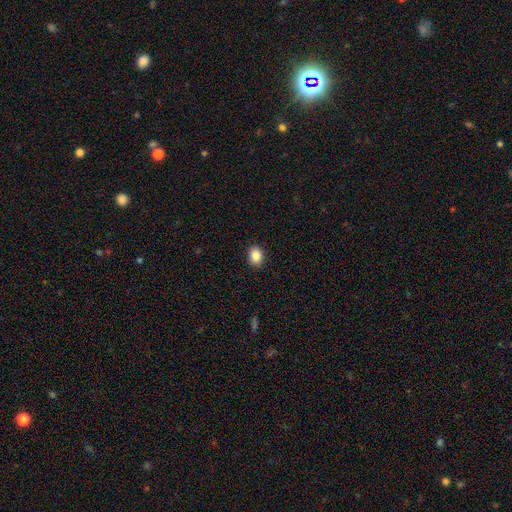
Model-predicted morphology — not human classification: Smooth or featured?
  - smooth: 87% *
  - star or artifact: 9%
  - featured or disk: 5%
How rounded?
  - in between: 57% *
  - round: 42%
  - cigar-shaped: 1%
Merging?
  - none: 90% *
  - minor disturbance: 7%
  - major disturbance: 2%
  - merger: 1%